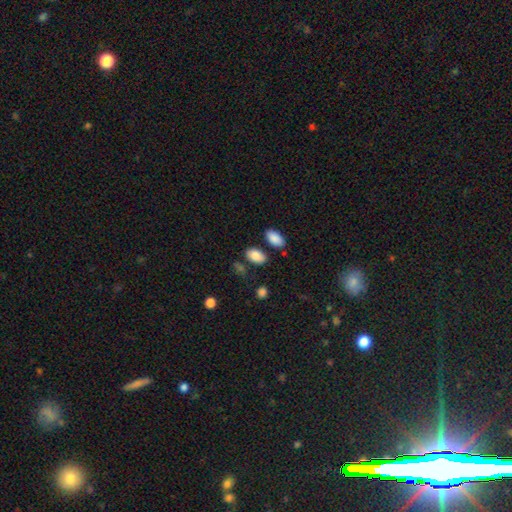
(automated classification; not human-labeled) Overall: smooth (87%). How rounded: in between (92%). Merging: none (79%).